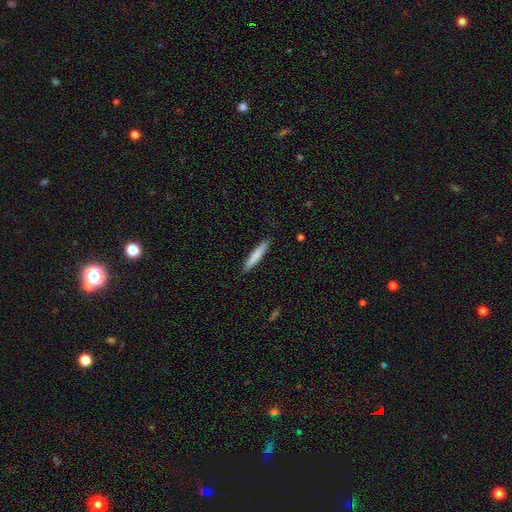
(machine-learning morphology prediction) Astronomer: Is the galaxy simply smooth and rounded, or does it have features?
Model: smooth — 79%.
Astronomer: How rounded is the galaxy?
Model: cigar-shaped — 93%.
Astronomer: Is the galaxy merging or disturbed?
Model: none — 90%.